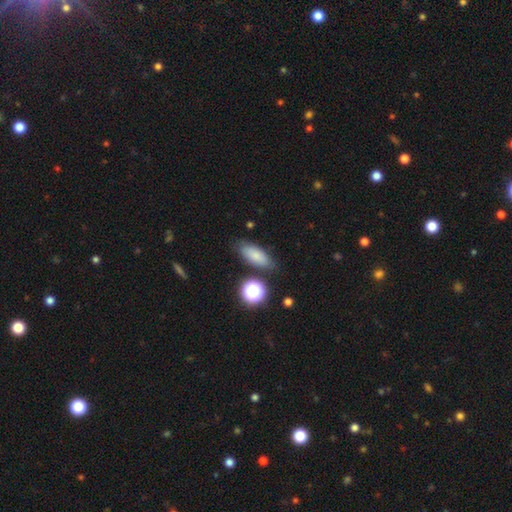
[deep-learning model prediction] Smooth or featured? smooth (79%)
How rounded? in between (76%)
Merging? none (77%)